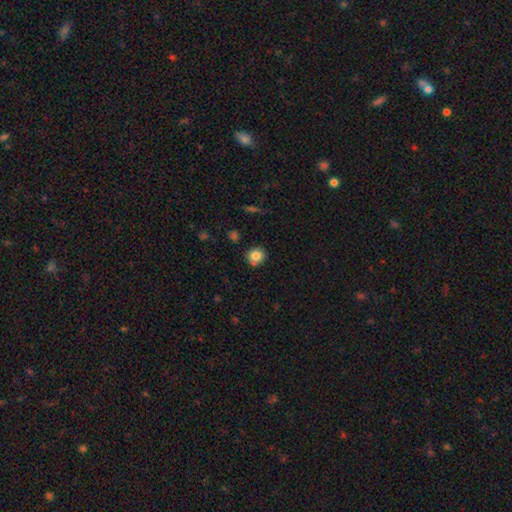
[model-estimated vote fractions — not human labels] smooth_or_featured: smooth (p=0.82) [alt: star or artifact p=0.10]
how_rounded: round (p=0.89) [alt: in between p=0.10]
merging: none (p=0.83) [alt: minor disturbance p=0.11]